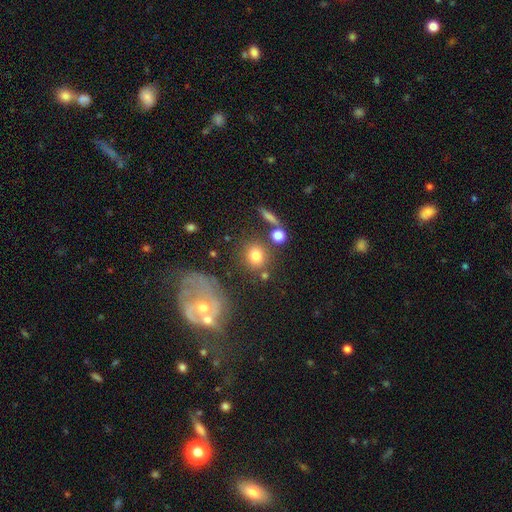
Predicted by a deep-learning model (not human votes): smooth 77%, star or artifact 12%, featured or disk 11%. Down the decision tree: how rounded — round (77%); merging — none (71%).